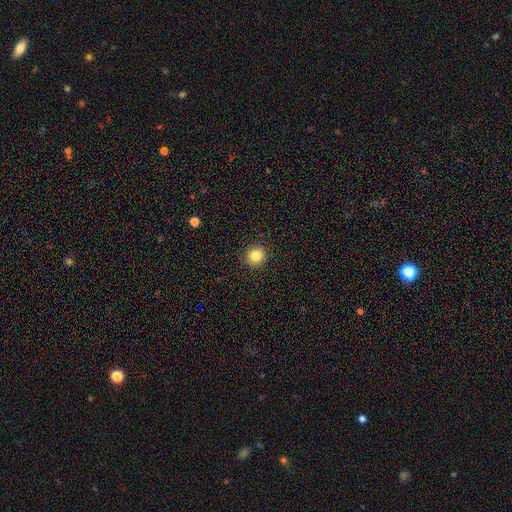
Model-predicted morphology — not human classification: Smooth or featured: smooth — 85% (star or artifact — 10%)
How rounded: round — 90% (in between — 9%)
Merging: none — 92% (minor disturbance — 5%)